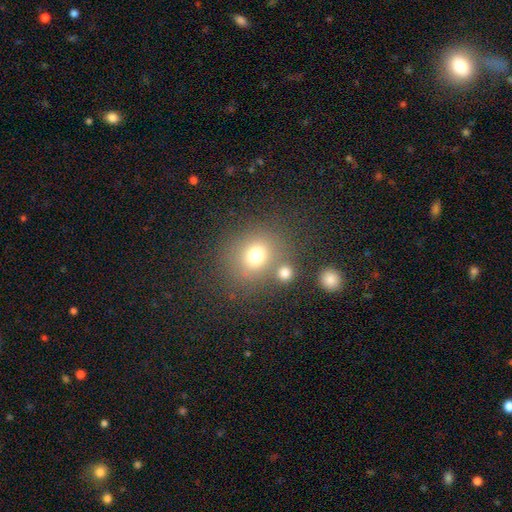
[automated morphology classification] Smooth or featured? Predicted: smooth (p=0.73). How rounded? Predicted: round (p=0.72). Merging? Predicted: none (p=0.66).